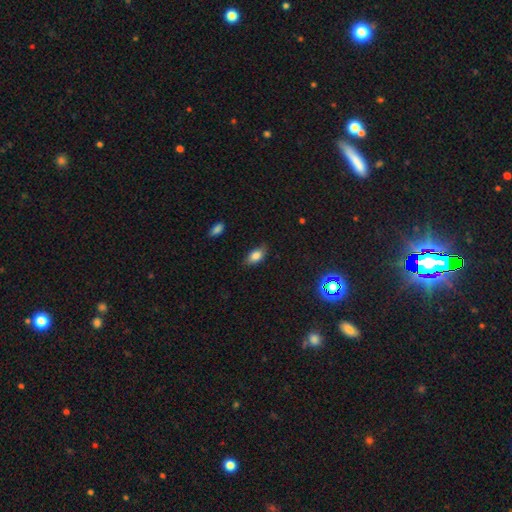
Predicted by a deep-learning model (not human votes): Morphology: type=smooth (81%); roundness=in between (89%); merging=none (79%).